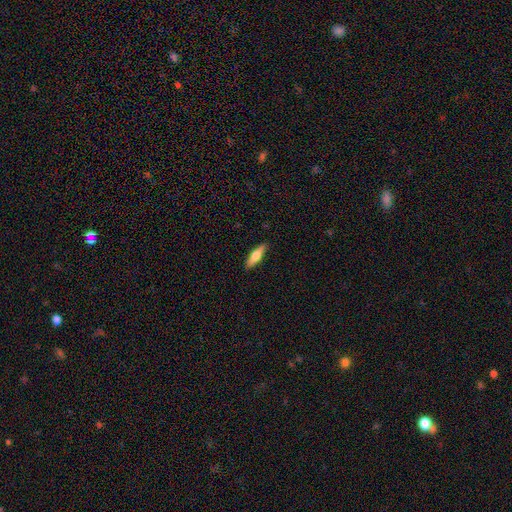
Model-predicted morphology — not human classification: This appears to be a smooth galaxy with no disk features (66%) that is cigar-shaped (60%). Merging: none (88%).